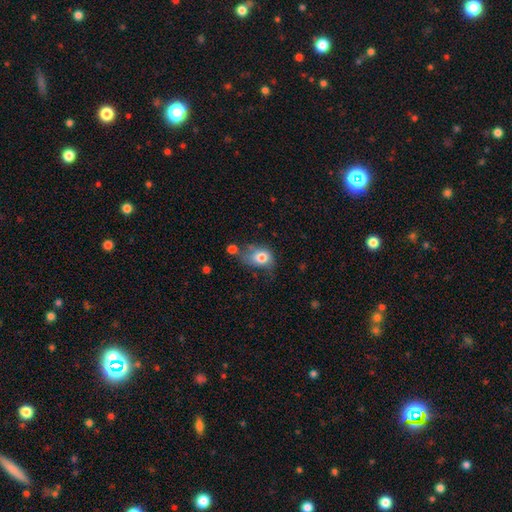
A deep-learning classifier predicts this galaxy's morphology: This appears to be a smooth galaxy with no disk features (76%) that is in between round and cigar-shaped (57%). Merging: none (34%).